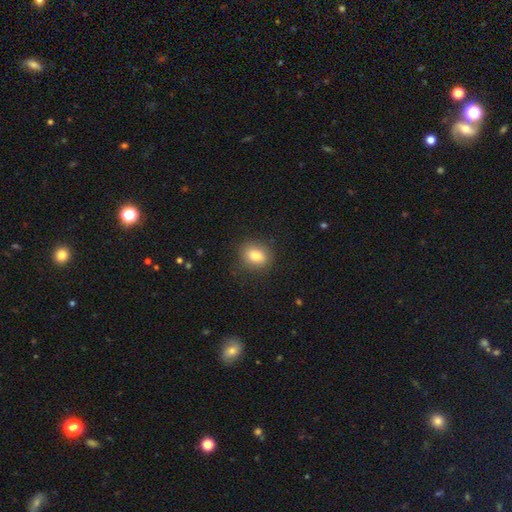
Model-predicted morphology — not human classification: type=smooth (81%); roundness=in between (49%, tied with round); merging=none (86%).